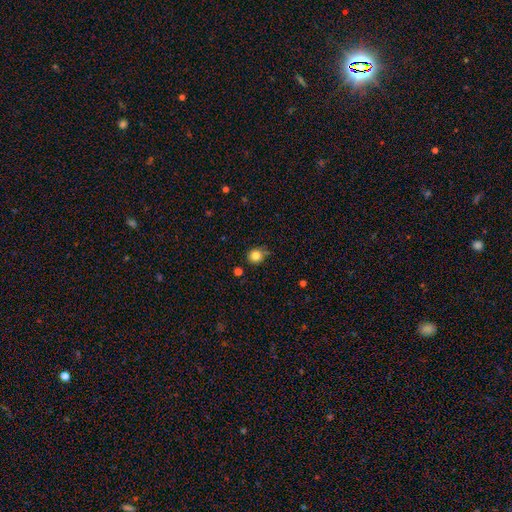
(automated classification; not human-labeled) smooth-or-featured: smooth: 82% | star or artifact: 12% | featured or disk: 6%
  how-rounded: round: 89% | in between: 10% | cigar-shaped: 1%
  merging: none: 76% | minor disturbance: 17% | merger: 4% | major disturbance: 3%